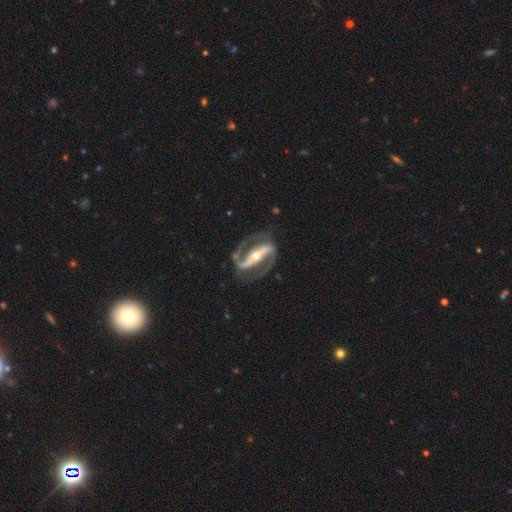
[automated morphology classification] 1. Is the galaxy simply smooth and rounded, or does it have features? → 93% featured or disk, 4% star or artifact, 3% smooth.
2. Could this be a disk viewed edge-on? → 94% no, 6% yes.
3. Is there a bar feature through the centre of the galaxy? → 75% strong, 14% weak, 10% no.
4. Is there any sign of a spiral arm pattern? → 97% yes, 3% no.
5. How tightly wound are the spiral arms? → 56% medium, 23% tight, 22% loose.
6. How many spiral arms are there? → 93% 2, 2% 1, 2% can't tell, 1% 3, 1% 4, 1% more than 4.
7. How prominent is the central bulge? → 56% moderate, 38% small, 3% large, 1% none, 1% dominant.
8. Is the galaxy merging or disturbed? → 79% none, 12% minor disturbance, 7% major disturbance, 2% merger.